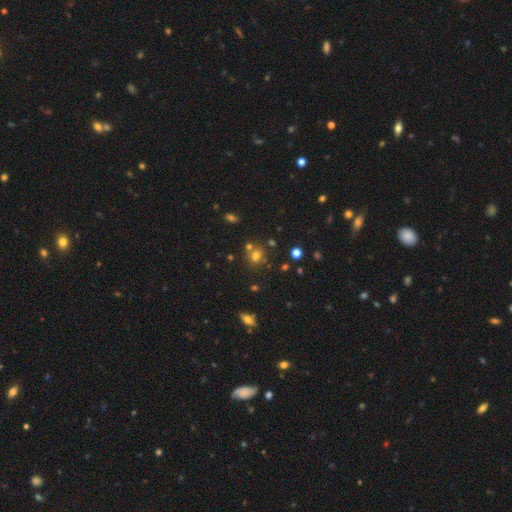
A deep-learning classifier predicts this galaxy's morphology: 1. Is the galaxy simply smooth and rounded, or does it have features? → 66% smooth, 23% star or artifact, 11% featured or disk.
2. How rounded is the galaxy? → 75% round, 24% in between, 1% cigar-shaped.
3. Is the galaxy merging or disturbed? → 65% none, 19% merger, 11% minor disturbance, 4% major disturbance.